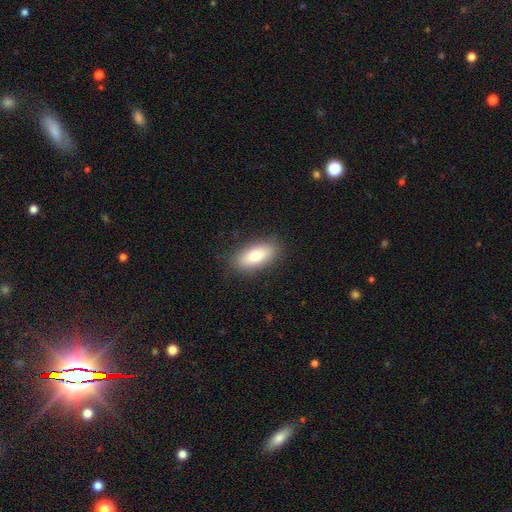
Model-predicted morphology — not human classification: smooth-or-featured: smooth: 78% | featured or disk: 15% | star or artifact: 7%
  how-rounded: in between: 84% | cigar-shaped: 13% | round: 3%
  merging: none: 87% | minor disturbance: 10% | major disturbance: 2% | merger: 1%